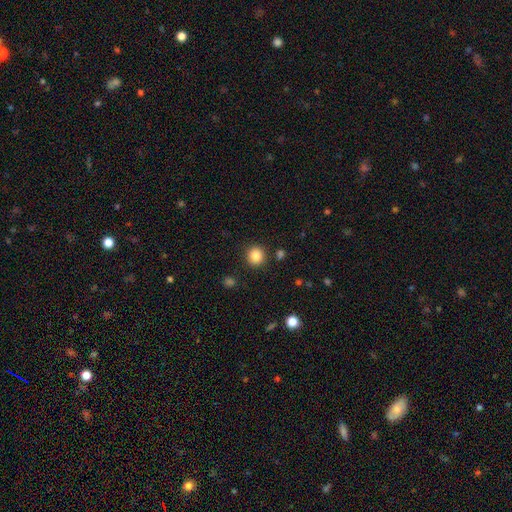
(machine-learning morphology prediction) This is clearly a smooth galaxy (86%). How rounded: clearly round (91%). Merging: clearly none (89%).